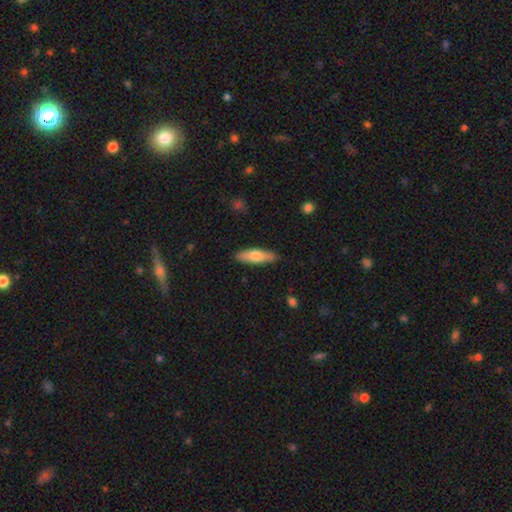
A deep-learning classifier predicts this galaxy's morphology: This is likely a smooth galaxy (70%). How rounded: likely cigar-shaped (62%). Merging: clearly none (86%).